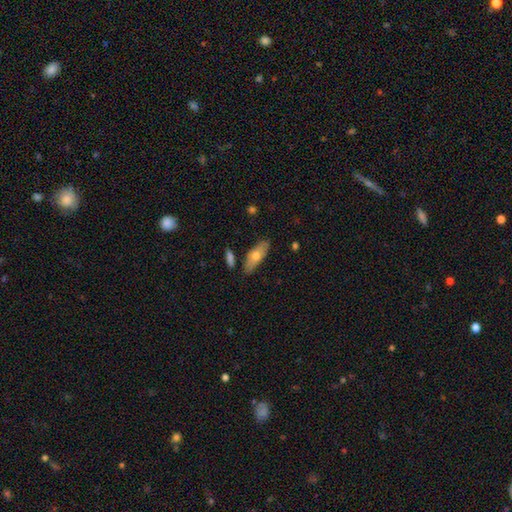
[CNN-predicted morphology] This appears to be a smooth galaxy with no disk features (64%) that is in between round and cigar-shaped (65%). Merging: none (80%).